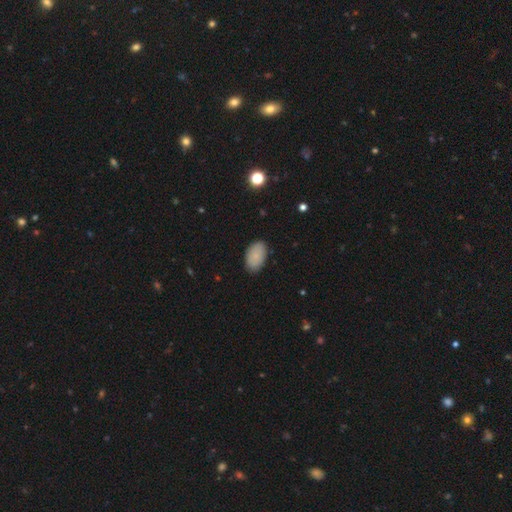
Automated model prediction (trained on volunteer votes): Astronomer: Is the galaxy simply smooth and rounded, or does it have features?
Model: smooth — 85%.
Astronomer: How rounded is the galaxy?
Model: in between — 93%.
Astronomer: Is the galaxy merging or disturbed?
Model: none — 86%.